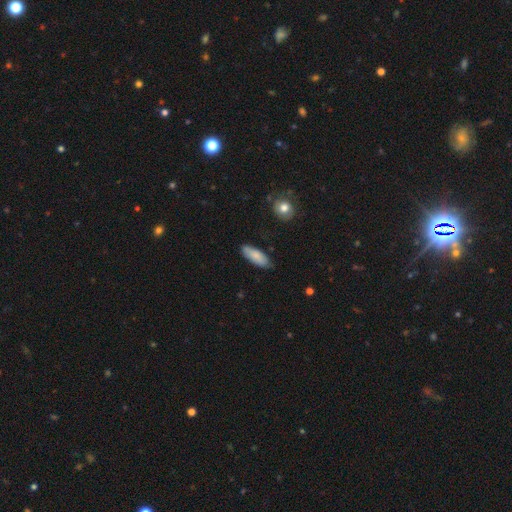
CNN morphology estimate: smooth 82%, featured or disk 12%, star or artifact 6%. Down the decision tree: how rounded — in between (70%); merging — none (81%).